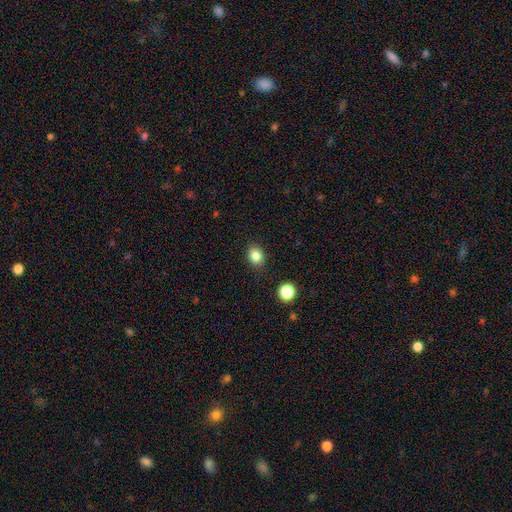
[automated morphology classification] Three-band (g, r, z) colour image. It shows a smooth galaxy with no disk features (84%) that is round (51%). Merging: none (86%).